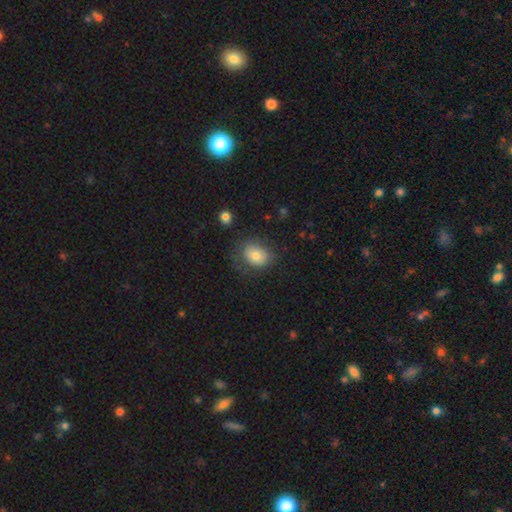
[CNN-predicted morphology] type=smooth (78%); roundness=in between (58%); merging=none (65%).